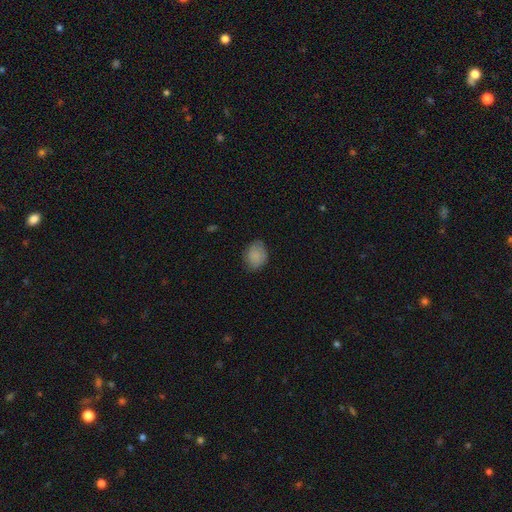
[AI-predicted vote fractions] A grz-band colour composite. It shows a smooth galaxy with no disk features (84%) that is in between round and cigar-shaped (61%). Merging: none (71%).